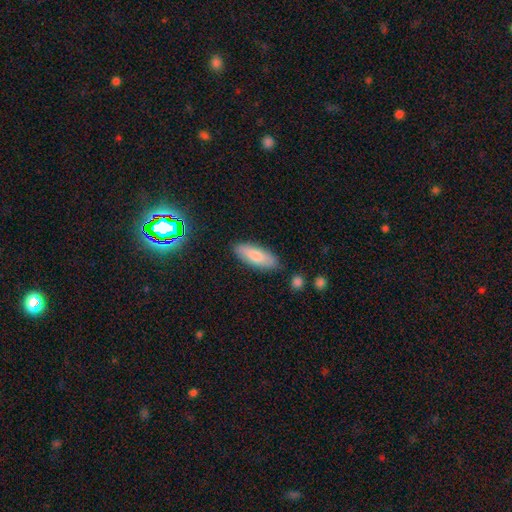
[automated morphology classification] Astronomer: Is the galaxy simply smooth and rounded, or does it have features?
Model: smooth — 77%.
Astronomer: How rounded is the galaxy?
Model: in between — 68%.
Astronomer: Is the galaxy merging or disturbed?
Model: none — 84%.